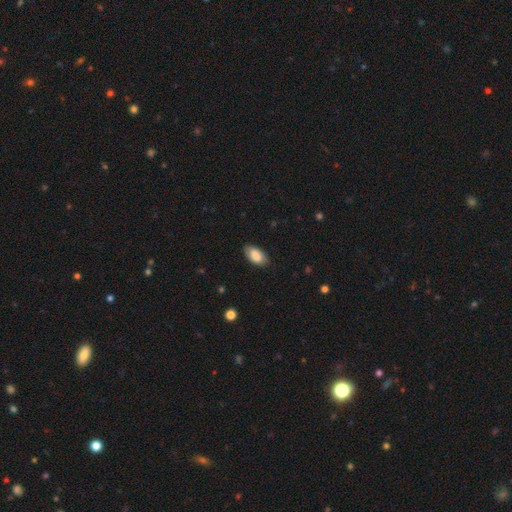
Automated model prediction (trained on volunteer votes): smooth 83%, featured or disk 11%, star or artifact 6%. Down the decision tree: how rounded — in between (94%); merging — none (83%).